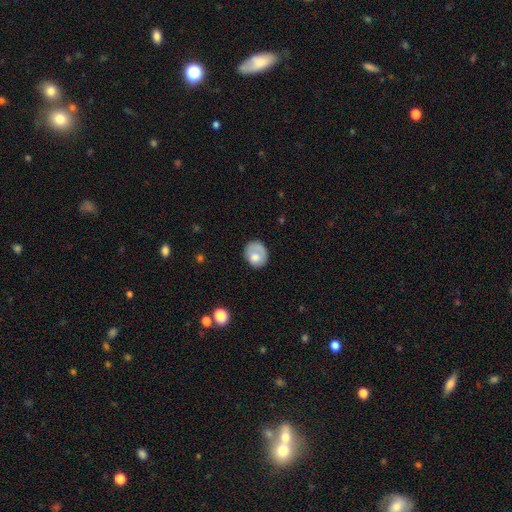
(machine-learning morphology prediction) type=smooth (68%); roundness=round (60%); merging=none (56%).